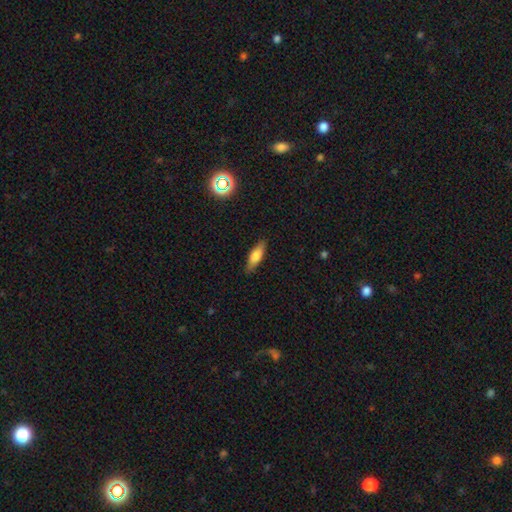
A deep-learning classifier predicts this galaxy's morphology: A smooth galaxy with no disk features (74%) that is in between round and cigar-shaped (54%). Merging: none (86%).